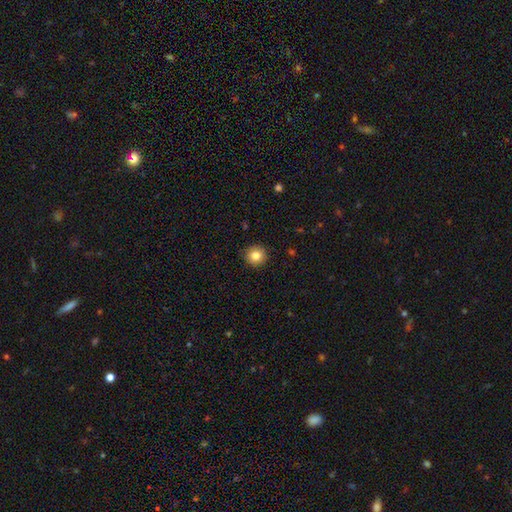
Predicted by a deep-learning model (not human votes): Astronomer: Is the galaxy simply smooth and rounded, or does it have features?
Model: smooth — 82%.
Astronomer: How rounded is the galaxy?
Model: round — 94%.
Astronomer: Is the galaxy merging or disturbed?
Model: none — 91%.